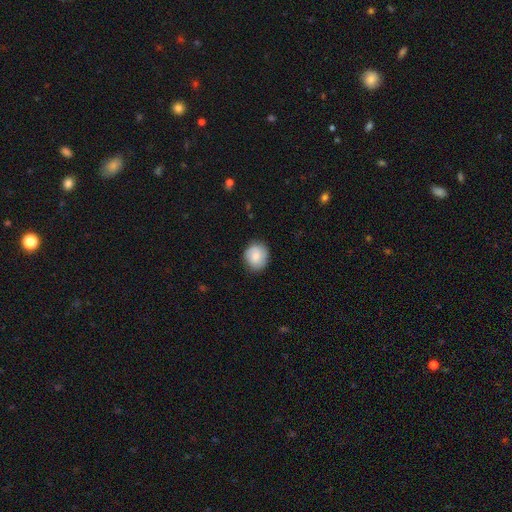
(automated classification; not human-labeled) A smooth galaxy with no disk features (77%) that is round (75%).

Vote fractions:
- Smooth or featured? smooth: 77% / featured or disk: 16% / star or artifact: 7%
- How rounded? round: 75% / in between: 24% / cigar-shaped: 1%
- Merging? none: 80% / minor disturbance: 15% / major disturbance: 3% / merger: 1%